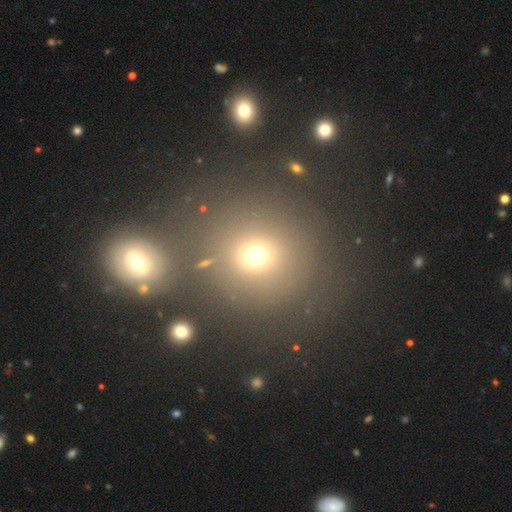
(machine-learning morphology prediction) Overall: smooth (68%). How rounded: round (88%). Merging: none (72%).